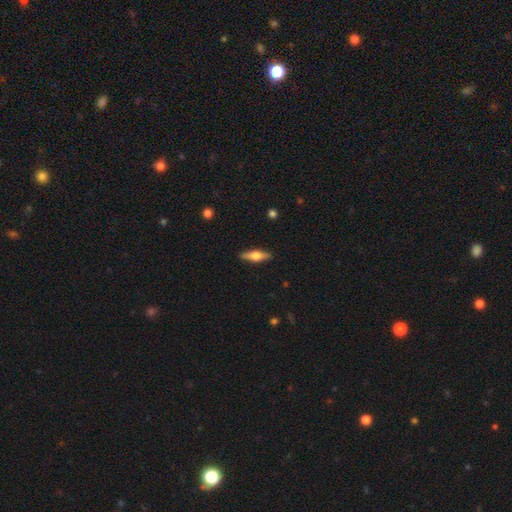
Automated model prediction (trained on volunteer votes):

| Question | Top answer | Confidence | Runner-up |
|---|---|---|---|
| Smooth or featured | featured or disk | 48% | smooth (46%) |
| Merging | none | 89% | minor disturbance (8%) |